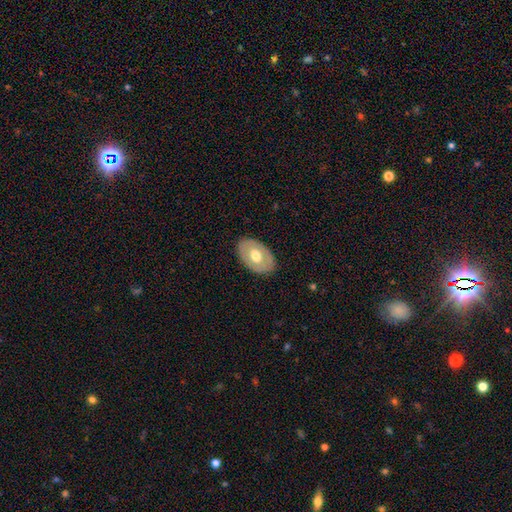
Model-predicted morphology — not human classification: A smooth galaxy with no disk features (51%) that is in between round and cigar-shaped (87%). Merging: none (86%).